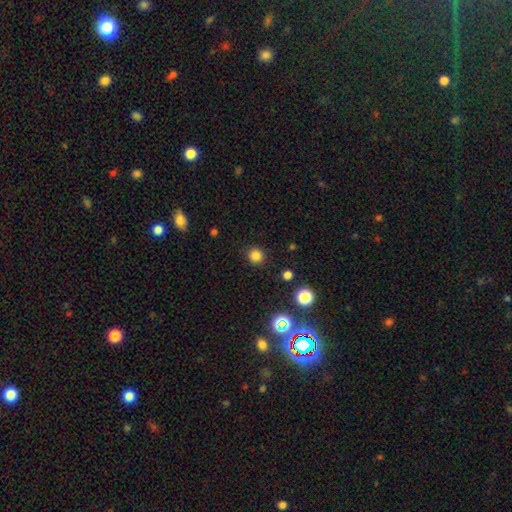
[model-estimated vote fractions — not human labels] A smooth galaxy with no disk features (81%) that is round (93%). Merging: none (90%).